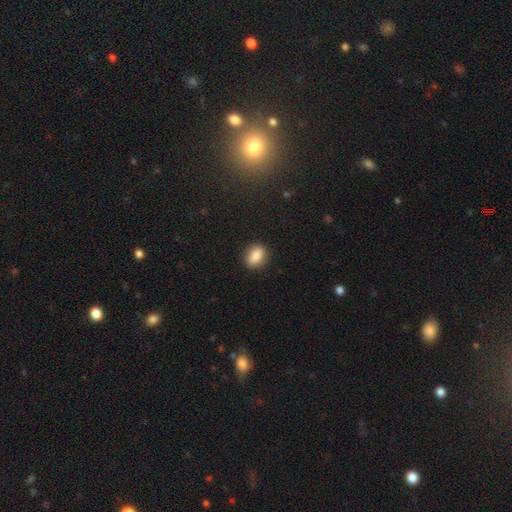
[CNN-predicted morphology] Smooth or featured? smooth (84%)
How rounded? in between (66%)
Merging? none (87%)